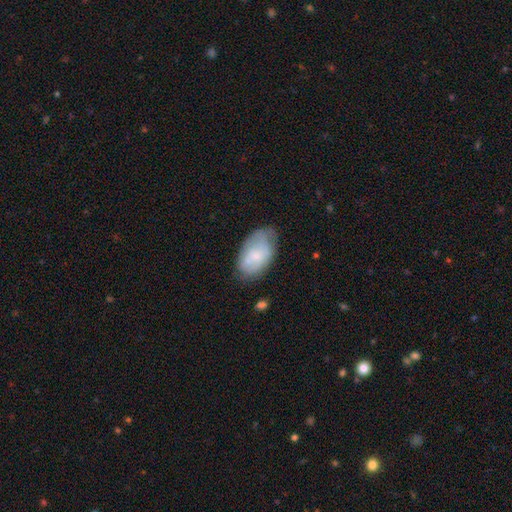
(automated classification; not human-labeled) smooth-or-featured: smooth: 62% | featured or disk: 31% | star or artifact: 7%
  how-rounded: in between: 93% | round: 6% | cigar-shaped: 1%
  merging: none: 55% | minor disturbance: 32% | major disturbance: 10% | merger: 3%